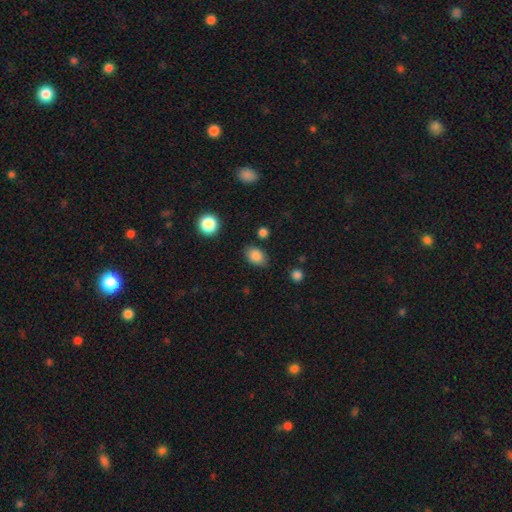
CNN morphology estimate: Smooth or featured? Predicted: smooth (p=0.85). How rounded? Predicted: in between (p=0.80). Merging? Predicted: none (p=0.80).